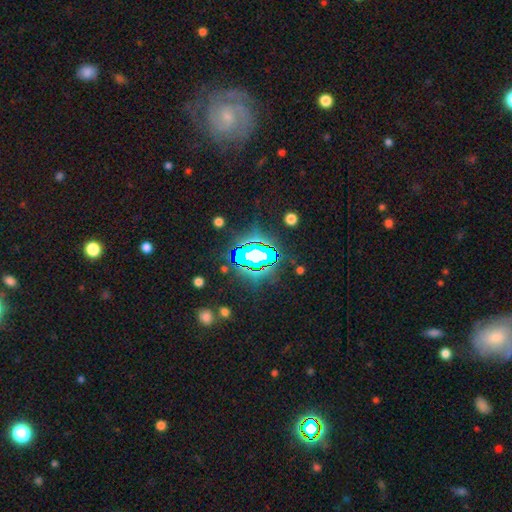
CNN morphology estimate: This is likely a star or artifact rather than a galaxy (70%).